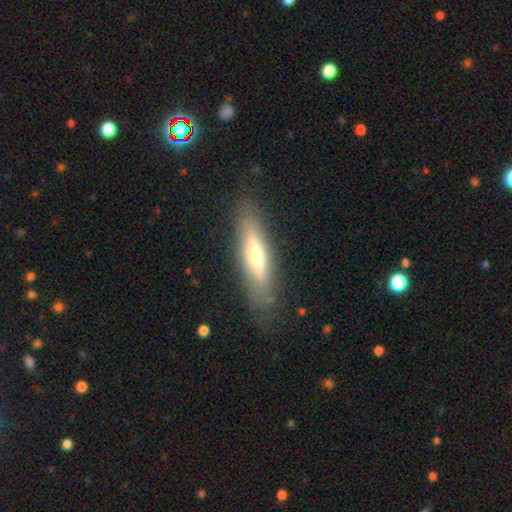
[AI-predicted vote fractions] The model was most divided on "smooth or featured": smooth: 50%, featured or disk: 42%, star or artifact: 8%. More confident: merging — none (84%).